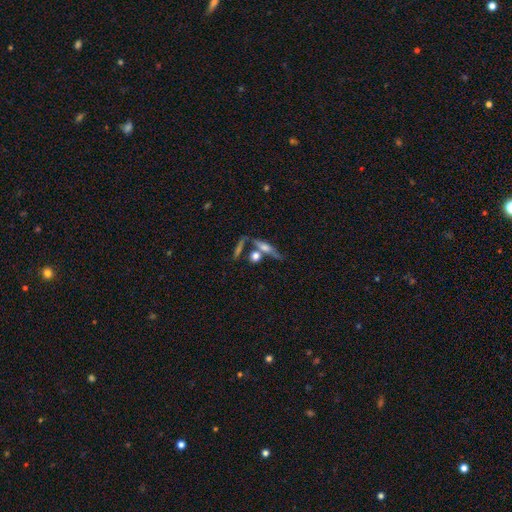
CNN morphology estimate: A featured or disk galaxy (44%, tied with smooth). Merging: none (58%).